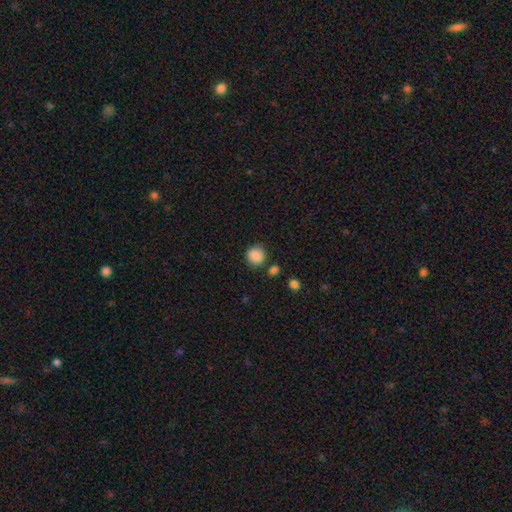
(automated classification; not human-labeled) A smooth galaxy with no disk features (87%) that is round (87%).

Vote fractions:
- Smooth or featured? smooth: 87% / star or artifact: 9% / featured or disk: 3%
- How rounded? round: 87% / in between: 12% / cigar-shaped: 1%
- Merging? none: 79% / minor disturbance: 12% / merger: 6% / major disturbance: 4%